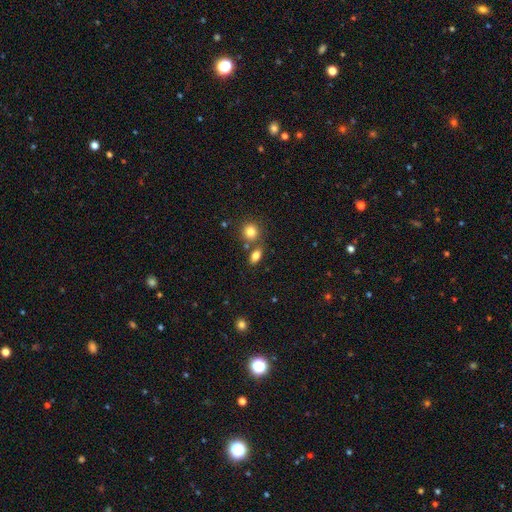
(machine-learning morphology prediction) This is clearly a smooth galaxy (82%). How rounded: clearly in between (82%). Merging: likely none (66%).